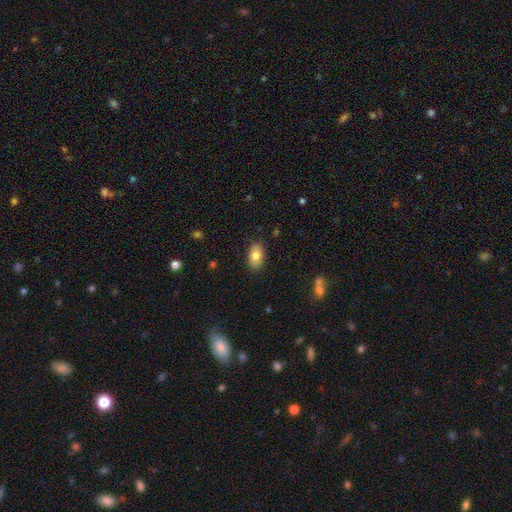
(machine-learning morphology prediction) smooth_or_featured: smooth (p=0.78) [alt: featured or disk p=0.14]
how_rounded: in between (p=0.89) [alt: round p=0.09]
merging: none (p=0.87) [alt: minor disturbance p=0.10]